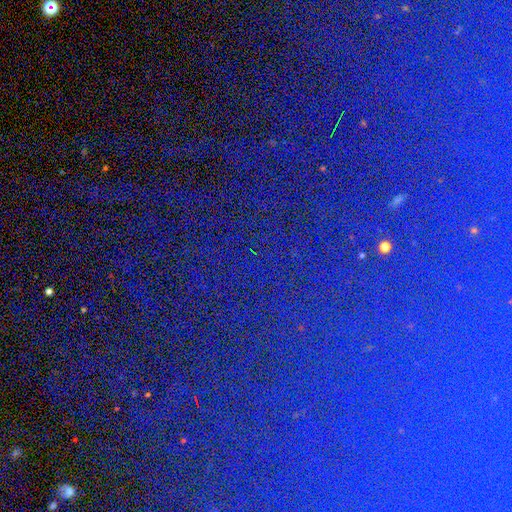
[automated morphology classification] smooth-or-featured: star or artifact: 83% | smooth: 10% | featured or disk: 8%